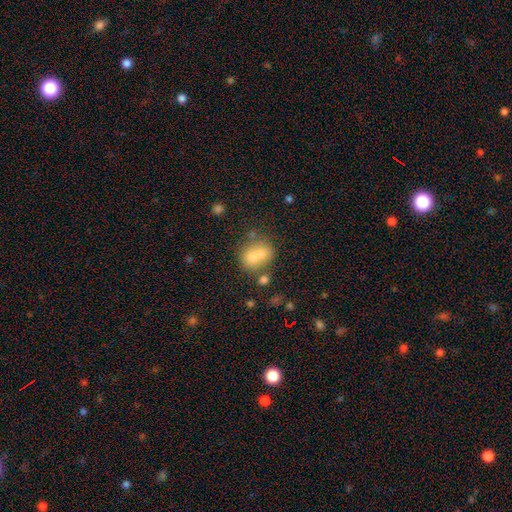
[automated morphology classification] This is likely a smooth galaxy (68%). How rounded: likely round (63%). Merging: possibly merger (56%).